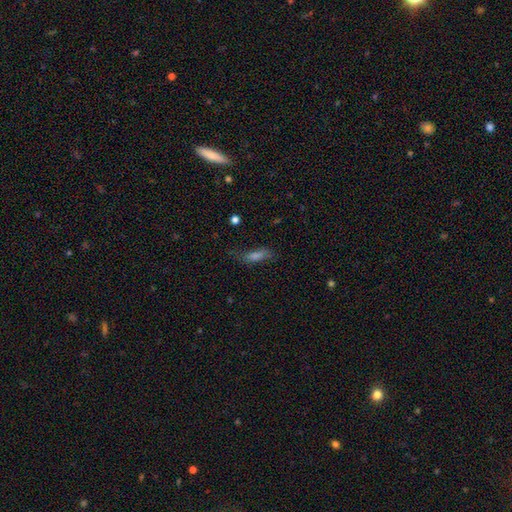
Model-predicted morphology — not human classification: The model was most divided on "how rounded": in between: 52%, cigar-shaped: 46%, round: 3%. More confident: smooth or featured — smooth (76%); merging — none (60%).